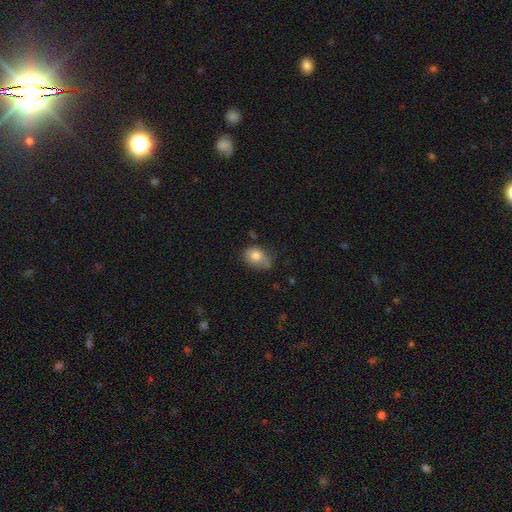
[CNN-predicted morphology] Smooth or featured: smooth — 77% (featured or disk — 13%)
How rounded: in between — 64% (round — 35%)
Merging: none — 44% (minor disturbance — 38%)